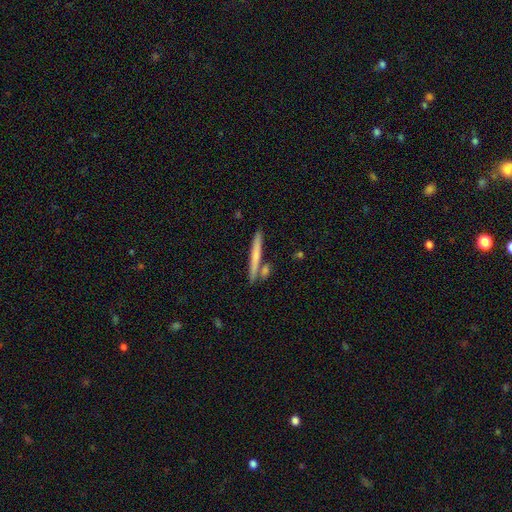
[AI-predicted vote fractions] Morphology: type=smooth (58%); roundness=cigar-shaped (95%); merging=none (78%).